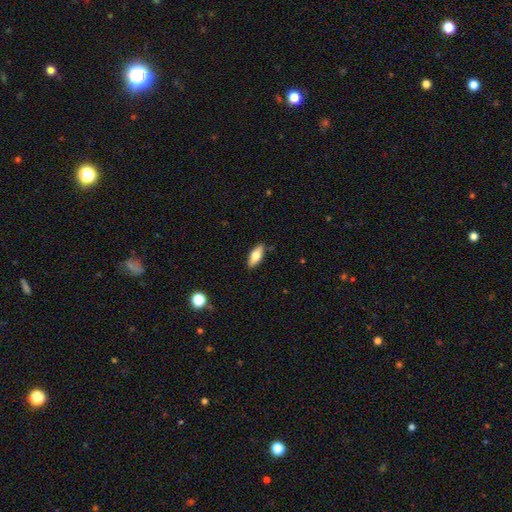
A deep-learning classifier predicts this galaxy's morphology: A smooth galaxy with no disk features (64%) that is in between round and cigar-shaped (71%).

Vote fractions:
- Smooth or featured? smooth: 64% / featured or disk: 29% / star or artifact: 6%
- How rounded? in between: 71% / cigar-shaped: 26% / round: 3%
- Merging? none: 87% / minor disturbance: 10% / major disturbance: 2% / merger: 1%